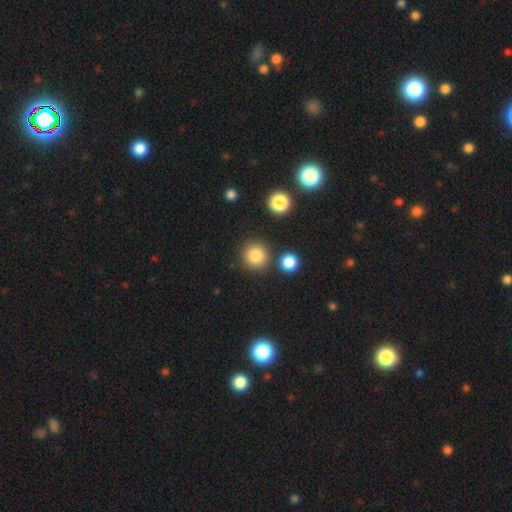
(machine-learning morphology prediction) This appears to be a smooth galaxy with no disk features (84%) that is round (93%). Merging: none (82%).